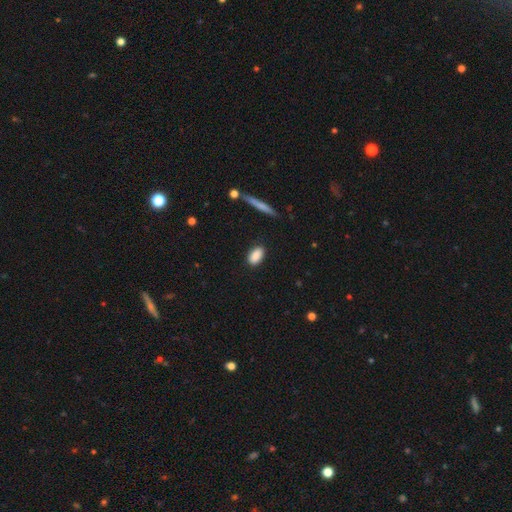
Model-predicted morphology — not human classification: A smooth galaxy with no disk features (88%) that is in between round and cigar-shaped (89%). Merging: none (86%).